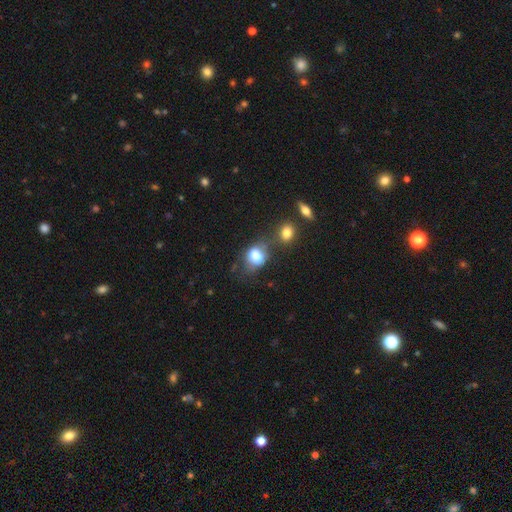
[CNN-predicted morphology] This is likely a smooth galaxy (75%). How rounded: possibly in between (52%). Merging: marginally none (39%).